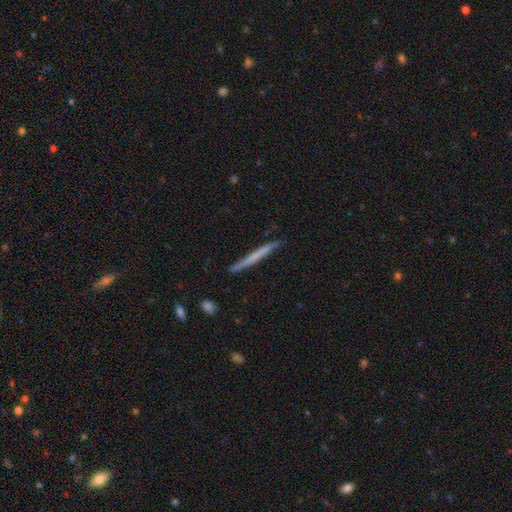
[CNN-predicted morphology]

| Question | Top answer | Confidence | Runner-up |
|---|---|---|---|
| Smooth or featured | smooth | 51% | featured or disk (43%) |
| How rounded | cigar-shaped | 97% | in between (2%) |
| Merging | none | 87% | minor disturbance (10%) |